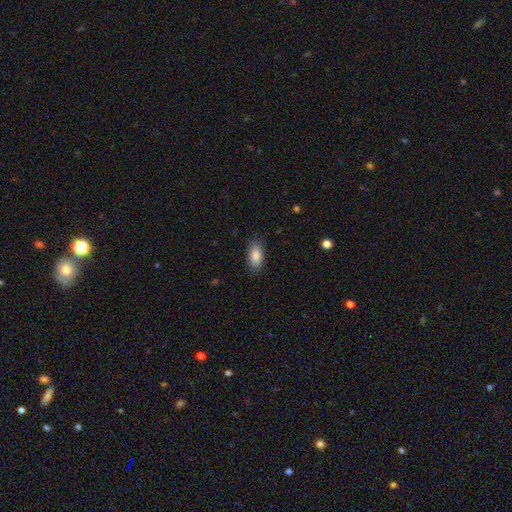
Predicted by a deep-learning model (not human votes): The model was most divided on "merging": none: 86%, minor disturbance: 11%, major disturbance: 3%, merger: 1%. More confident: how rounded — in between (91%); smooth or featured — smooth (87%).